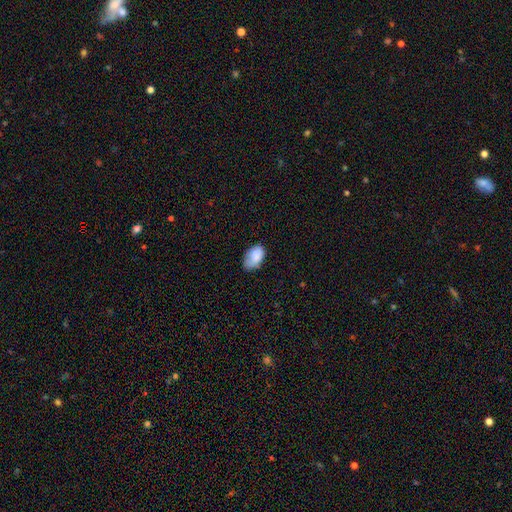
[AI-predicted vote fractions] Smooth or featured: smooth — 83% (featured or disk — 9%)
How rounded: in between — 91% (round — 8%)
Merging: none — 54% (minor disturbance — 34%)